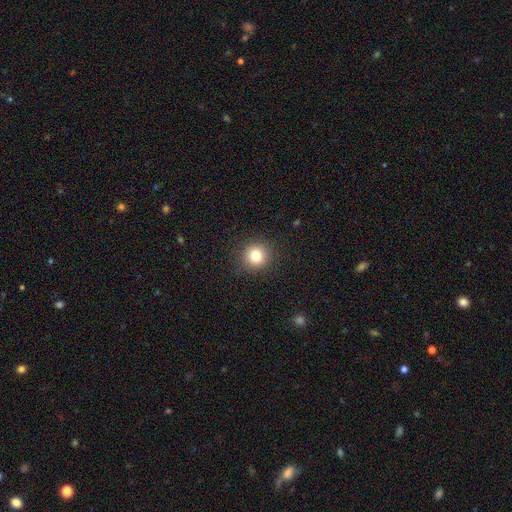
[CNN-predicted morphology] Smooth or featured: smooth — 80% (star or artifact — 13%)
How rounded: round — 93% (in between — 6%)
Merging: none — 91% (minor disturbance — 6%)